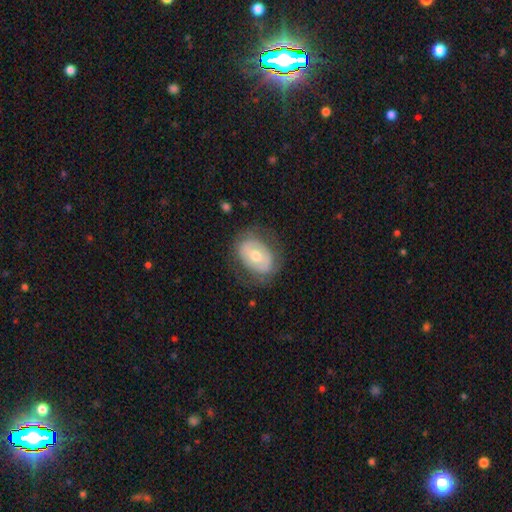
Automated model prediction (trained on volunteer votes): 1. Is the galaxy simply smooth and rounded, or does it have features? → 47% featured or disk, 46% smooth, 7% star or artifact.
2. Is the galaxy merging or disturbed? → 72% none, 18% minor disturbance, 9% major disturbance, 1% merger.